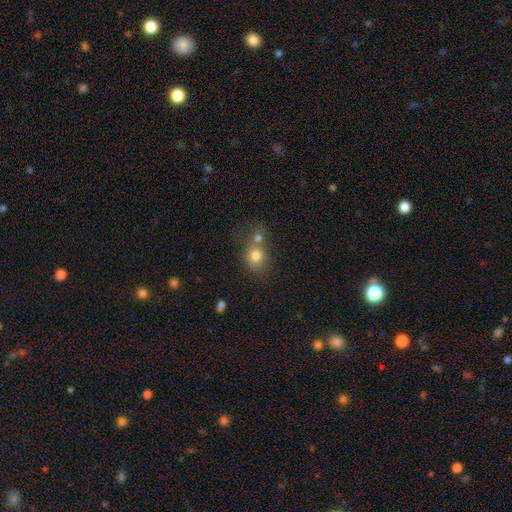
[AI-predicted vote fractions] smooth-or-featured: smooth: 78% | star or artifact: 12% | featured or disk: 10%
  how-rounded: round: 73% | in between: 26% | cigar-shaped: 1%
  merging: merger: 44% | none: 42% | minor disturbance: 9% | major disturbance: 4%